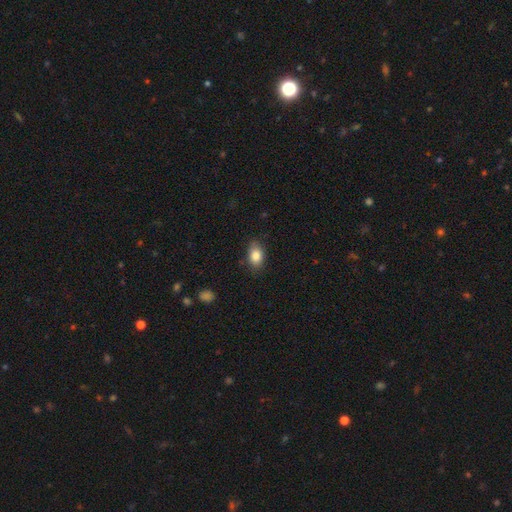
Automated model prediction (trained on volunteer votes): smooth-or-featured: smooth: 85% | star or artifact: 8% | featured or disk: 7%
  how-rounded: in between: 83% | round: 16% | cigar-shaped: 2%
  merging: none: 81% | minor disturbance: 15% | major disturbance: 3% | merger: 1%